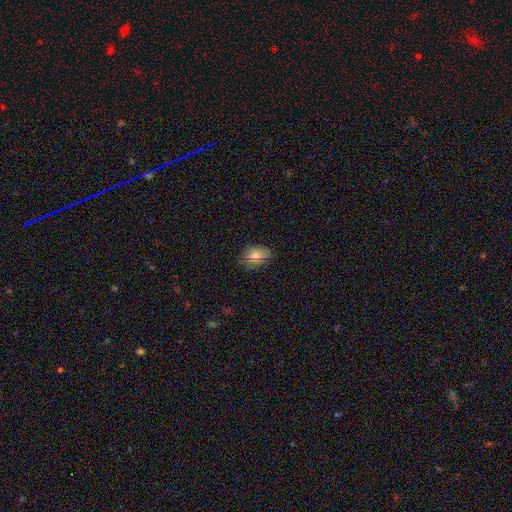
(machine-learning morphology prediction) smooth-or-featured: smooth: 74% | star or artifact: 14% | featured or disk: 12%
  how-rounded: in between: 74% | round: 24% | cigar-shaped: 2%
  merging: none: 73% | minor disturbance: 21% | major disturbance: 4% | merger: 1%